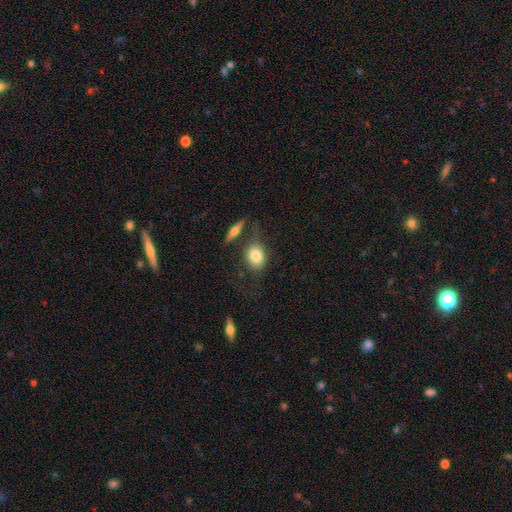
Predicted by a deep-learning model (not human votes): A smooth galaxy with no disk features (79%) that is in between round and cigar-shaped (66%).

Vote fractions:
- Smooth or featured? smooth: 79% / featured or disk: 14% / star or artifact: 7%
- How rounded? in between: 66% / round: 32% / cigar-shaped: 3%
- Merging? none: 57% / minor disturbance: 18% / merger: 15% / major disturbance: 10%